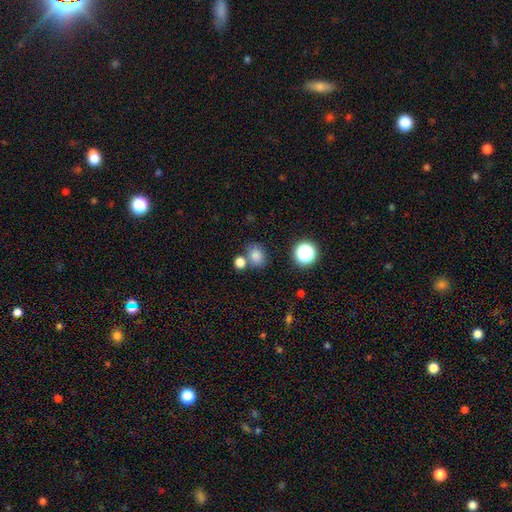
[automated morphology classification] This appears to be a smooth galaxy with no disk features (80%) that is round (57%). Merging: none (64%).